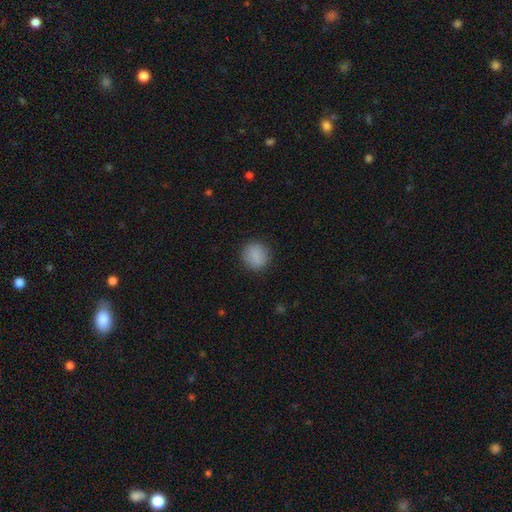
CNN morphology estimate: A smooth galaxy with no disk features (88%) that is round (89%). Merging: none (88%).